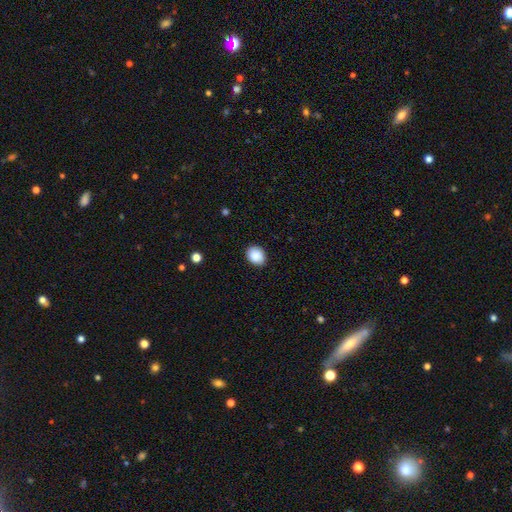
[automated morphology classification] A smooth galaxy with no disk features (89%) that is in between round and cigar-shaped (51%).

Vote fractions:
- Smooth or featured? smooth: 89% / star or artifact: 8% / featured or disk: 4%
- How rounded? in between: 51% / round: 49% / cigar-shaped: 1%
- Merging? none: 86% / minor disturbance: 10% / major disturbance: 2% / merger: 1%